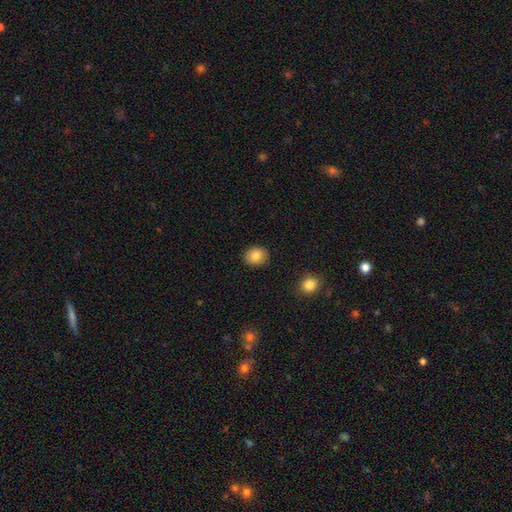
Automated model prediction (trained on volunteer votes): smooth 85%, star or artifact 9%, featured or disk 6%. Down the decision tree: how rounded — round (71%); merging — none (89%).